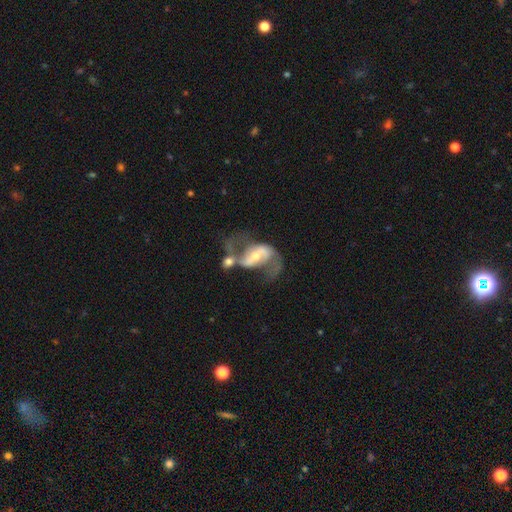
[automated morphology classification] Overall: featured or disk (82%). Edge-on disk: no (96%). Bar: strong (44%; weak 36%). Spiral arms: yes (87%). Spiral arm count: 2 (87%). Spiral winding: loose (60%; medium 33%). Bulge size: moderate (53%; small 37%). Merging: merger (35%; none 30%).